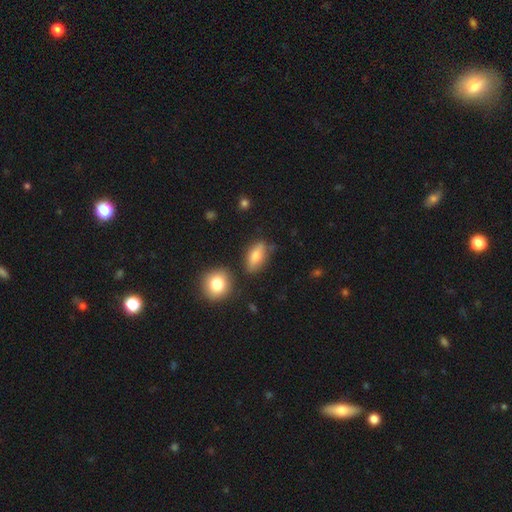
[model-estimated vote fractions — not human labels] smooth_or_featured: smooth (p=0.71) [alt: featured or disk p=0.19]
how_rounded: in between (p=0.77) [alt: cigar-shaped p=0.14]
merging: none (p=0.69) [alt: minor disturbance p=0.20]